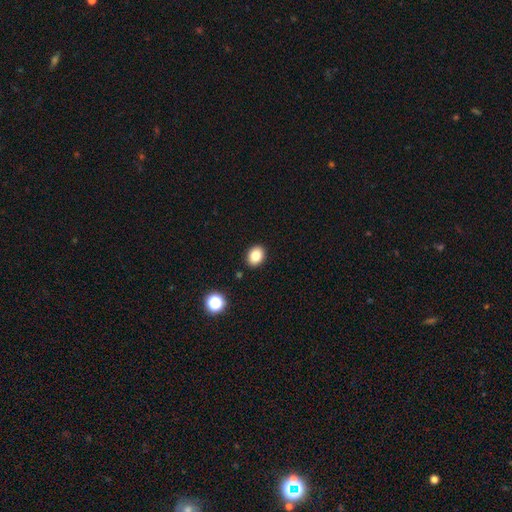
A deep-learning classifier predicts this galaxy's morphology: Smooth or featured: smooth — 83% (star or artifact — 10%)
How rounded: in between — 58% (round — 41%)
Merging: none — 90% (minor disturbance — 7%)